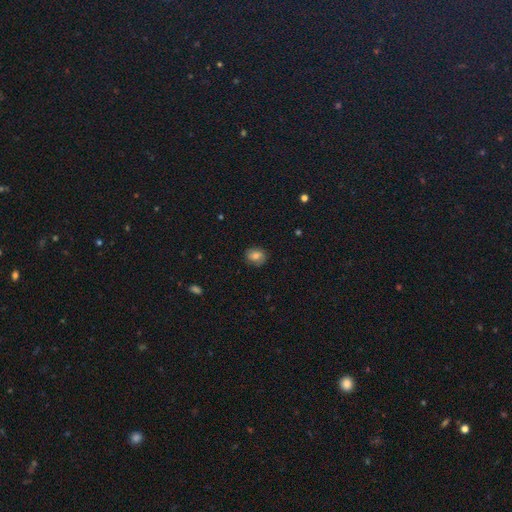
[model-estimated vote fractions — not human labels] Smooth or featured?
  - smooth: 74% *
  - featured or disk: 15%
  - star or artifact: 11%
How rounded?
  - round: 56% *
  - in between: 43%
  - cigar-shaped: 1%
Merging?
  - none: 82% *
  - minor disturbance: 14%
  - major disturbance: 3%
  - merger: 1%